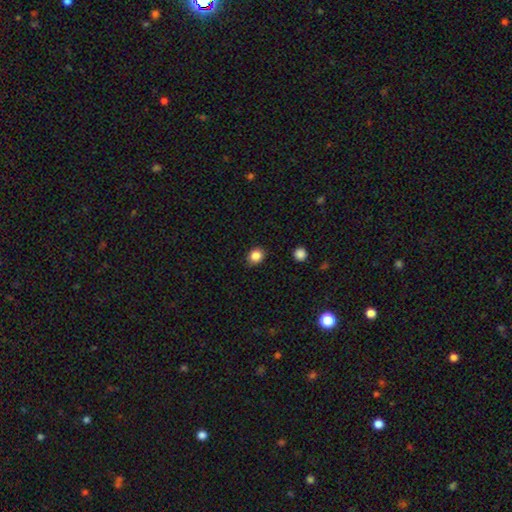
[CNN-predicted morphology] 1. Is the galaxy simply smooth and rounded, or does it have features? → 85% smooth, 10% star or artifact, 4% featured or disk.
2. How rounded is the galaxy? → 62% round, 37% in between, 1% cigar-shaped.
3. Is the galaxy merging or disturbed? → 88% none, 8% minor disturbance, 2% major disturbance, 1% merger.